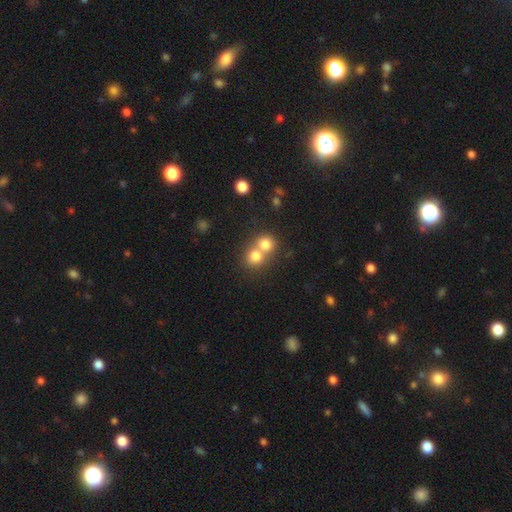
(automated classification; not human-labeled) The model was most divided on "merging": merger: 60%, none: 33%, minor disturbance: 5%, major disturbance: 2%. More confident: how rounded — round (82%); smooth or featured — smooth (77%).